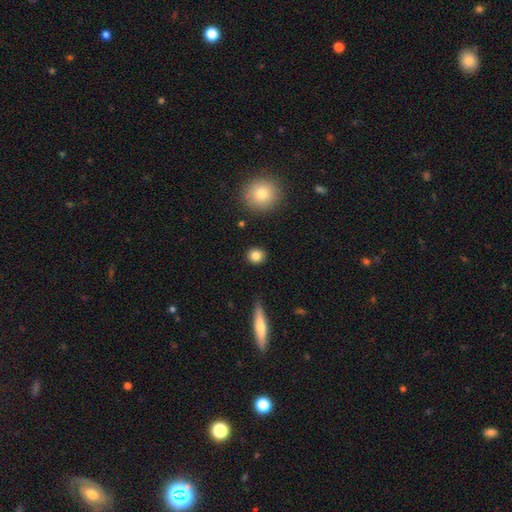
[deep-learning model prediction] The model was most divided on "how rounded": round: 85%, in between: 14%, cigar-shaped: 2%. More confident: merging — none (89%); smooth or featured — smooth (84%).